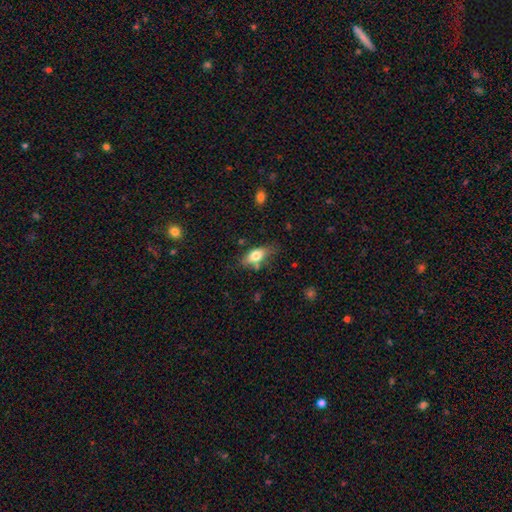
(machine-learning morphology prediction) This is likely a smooth galaxy (73%). How rounded: clearly in between (81%). Merging: likely none (61%).